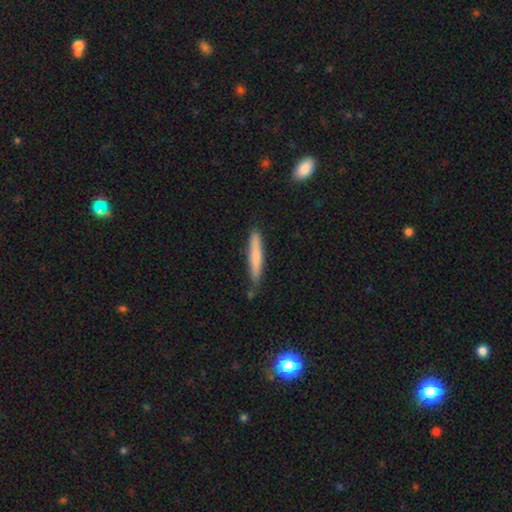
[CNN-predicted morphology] Smooth or featured? Predicted: smooth (p=0.74). How rounded? Predicted: cigar-shaped (p=0.93). Merging? Predicted: none (p=0.80).